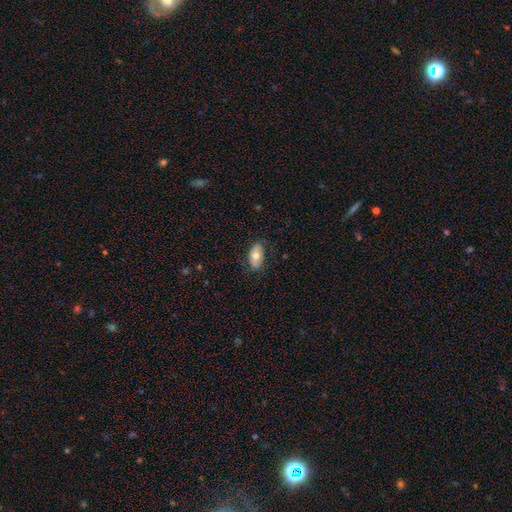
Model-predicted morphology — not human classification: smooth 66%, featured or disk 27%, star or artifact 7%. Down the decision tree: how rounded — in between (92%); merging — none (77%).